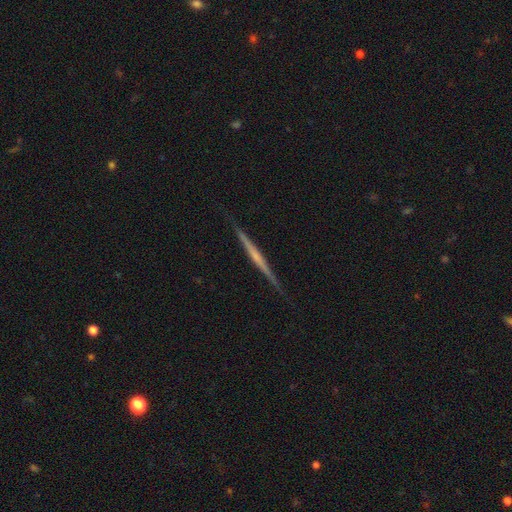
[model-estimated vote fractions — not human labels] A featured or disk galaxy (70%) viewed edge-on (98%) with no central bulge (64%). Merging: none (89%).